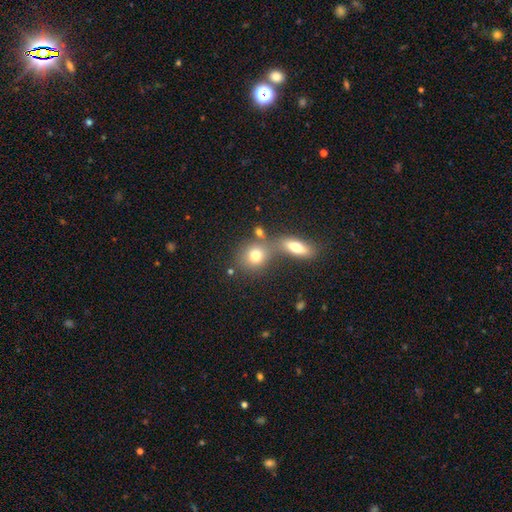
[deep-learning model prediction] smooth-or-featured: smooth: 76% | featured or disk: 13% | star or artifact: 11%
  how-rounded: round: 70% | in between: 27% | cigar-shaped: 3%
  merging: none: 48% | merger: 38% | minor disturbance: 9% | major disturbance: 4%